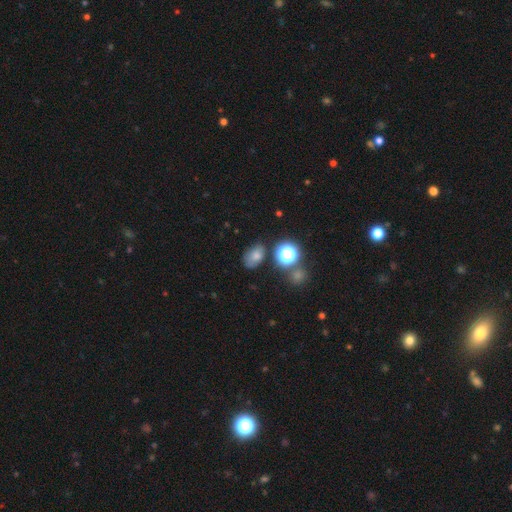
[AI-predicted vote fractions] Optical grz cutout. It shows a smooth galaxy with no disk features (67%) that is in between round and cigar-shaped (76%). Merging: none (62%).